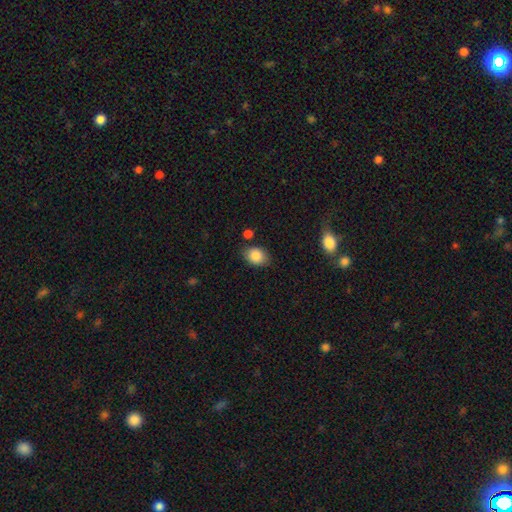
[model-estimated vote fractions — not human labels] Overall: smooth (86%). How rounded: in between (68%; round 31%). Merging: none (78%).